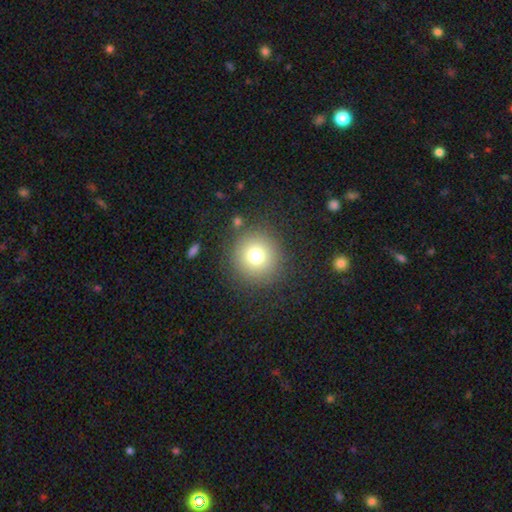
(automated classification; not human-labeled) smooth_or_featured: smooth (p=0.75) [alt: star or artifact p=0.14]
how_rounded: round (p=0.95) [alt: in between p=0.04]
merging: none (p=0.86) [alt: minor disturbance p=0.08]